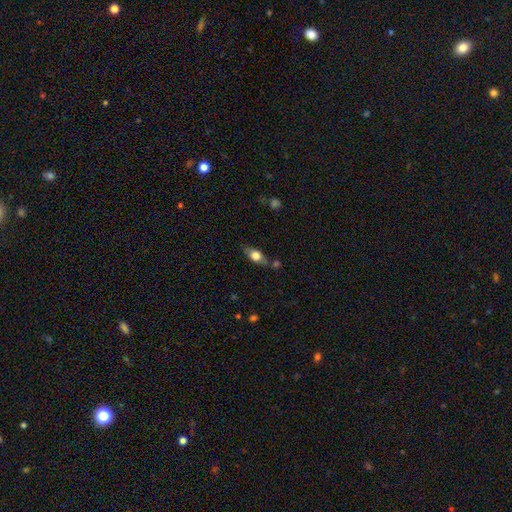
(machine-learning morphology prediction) Q: Smooth or featured?
A: smooth (66%); runner-up: featured or disk (26%)
Q: How rounded?
A: in between (77%); runner-up: cigar-shaped (13%)
Q: Merging?
A: none (65%); runner-up: minor disturbance (20%)